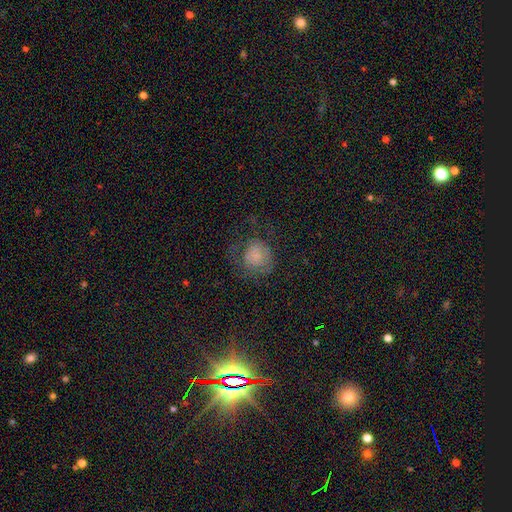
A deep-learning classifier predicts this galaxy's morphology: smooth 61%, featured or disk 27%, star or artifact 12%. Down the decision tree: how rounded — round (81%); merging — none (48%).